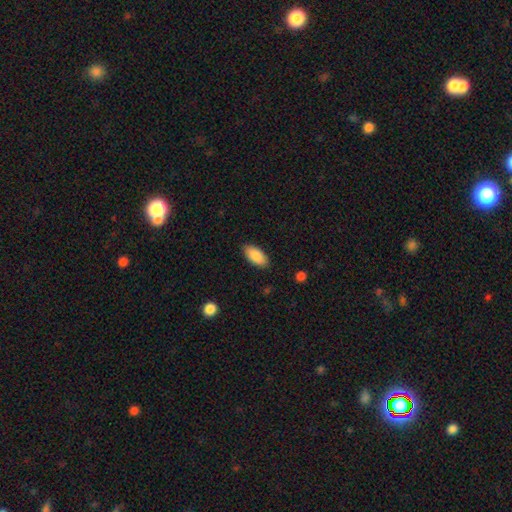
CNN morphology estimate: smooth 89%, star or artifact 6%, featured or disk 5%. Down the decision tree: how rounded — in between (92%); merging — none (86%).